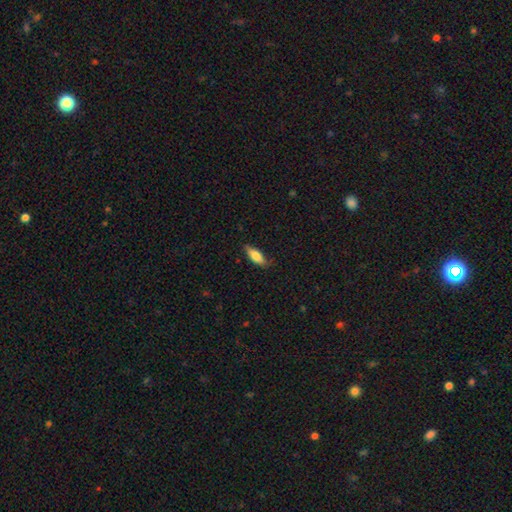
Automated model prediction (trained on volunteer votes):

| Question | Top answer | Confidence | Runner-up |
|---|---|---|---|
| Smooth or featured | smooth | 73% | featured or disk (21%) |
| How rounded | in between | 66% | cigar-shaped (32%) |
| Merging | none | 76% | minor disturbance (20%) |